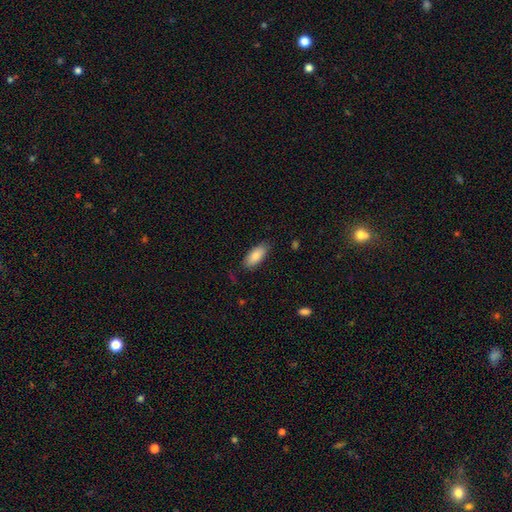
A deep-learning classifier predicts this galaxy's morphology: type=smooth (85%); roundness=in between (86%); merging=none (82%).